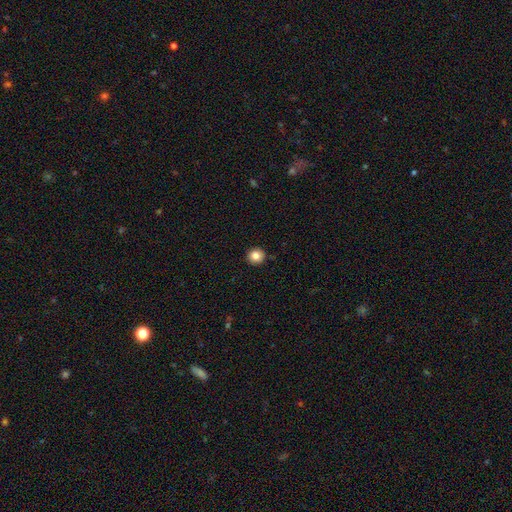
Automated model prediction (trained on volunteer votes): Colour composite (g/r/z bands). It shows a smooth galaxy with no disk features (85%) that is round (92%). Merging: none (92%).